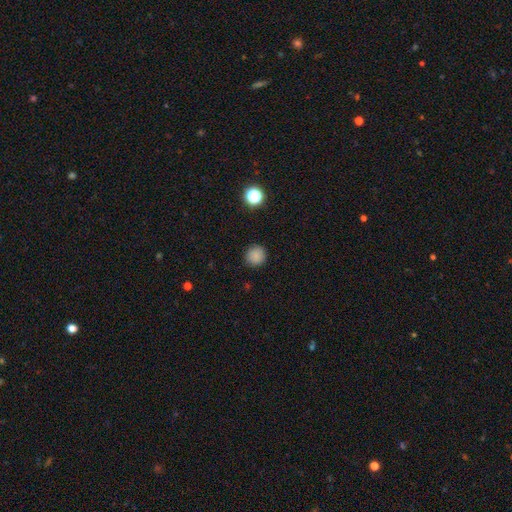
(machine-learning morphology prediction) This is clearly a smooth galaxy (84%). How rounded: clearly round (94%). Merging: clearly none (90%).